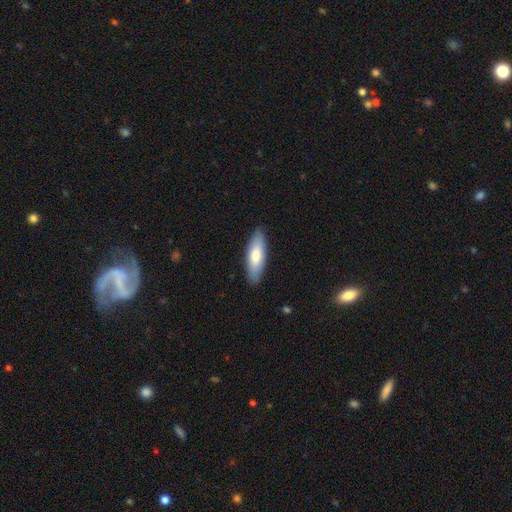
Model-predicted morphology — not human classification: Q: Smooth or featured?
A: smooth (73%); runner-up: featured or disk (22%)
Q: How rounded?
A: in between (60%); runner-up: cigar-shaped (39%)
Q: Merging?
A: none (88%); runner-up: minor disturbance (10%)